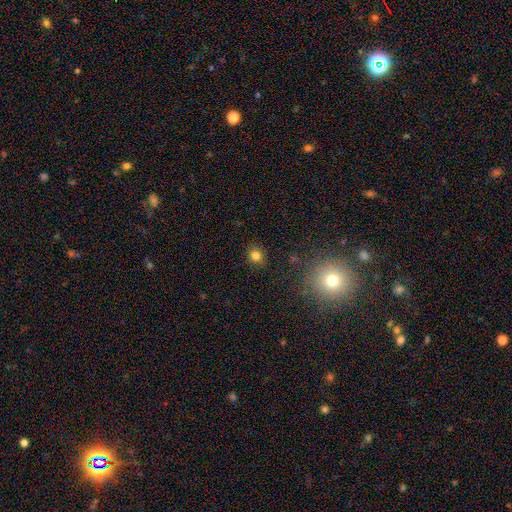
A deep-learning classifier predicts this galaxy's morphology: Smooth or featured? Predicted: smooth (p=0.80). How rounded? Predicted: round (p=0.89). Merging? Predicted: none (p=0.89).